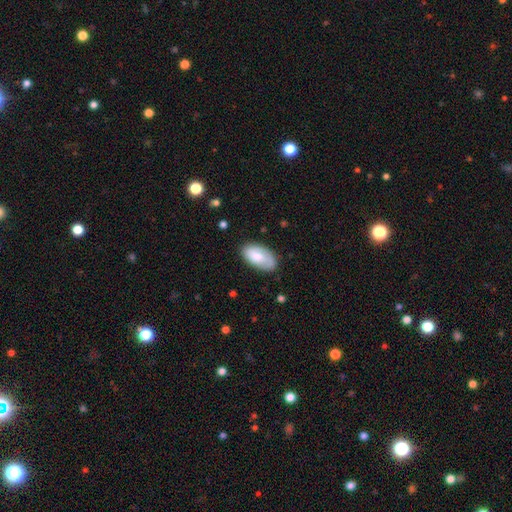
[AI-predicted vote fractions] Q: Smooth or featured?
A: smooth (64%); runner-up: featured or disk (30%)
Q: How rounded?
A: in between (95%); runner-up: round (3%)
Q: Merging?
A: none (76%); runner-up: minor disturbance (18%)